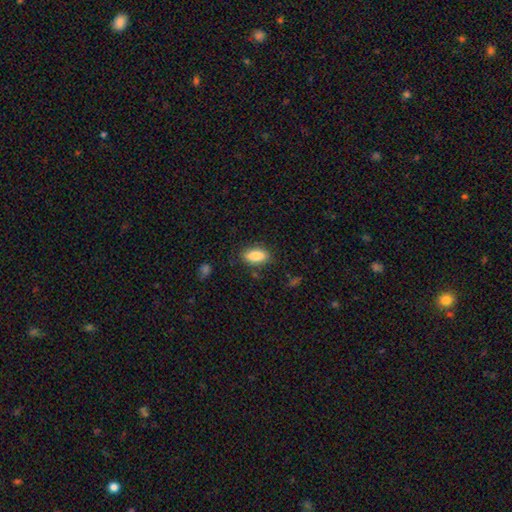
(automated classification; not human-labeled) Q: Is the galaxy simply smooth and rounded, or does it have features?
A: smooth — 86%.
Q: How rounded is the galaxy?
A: in between — 88%.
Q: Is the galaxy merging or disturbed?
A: none — 83%.